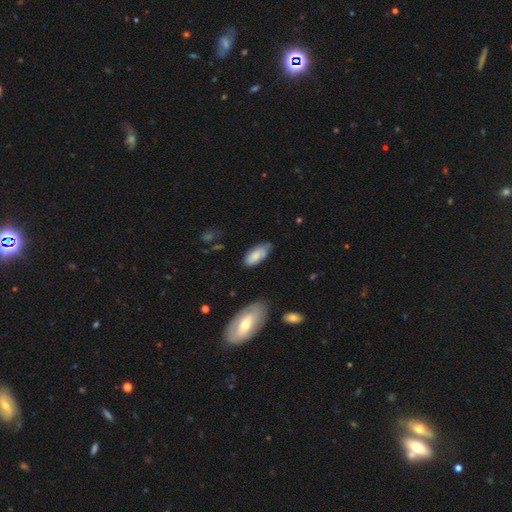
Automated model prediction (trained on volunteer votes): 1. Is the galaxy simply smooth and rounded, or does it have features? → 74% smooth, 19% featured or disk, 7% star or artifact.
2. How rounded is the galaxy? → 89% in between, 9% cigar-shaped, 2% round.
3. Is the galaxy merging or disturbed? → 63% none, 28% minor disturbance, 7% major disturbance, 2% merger.